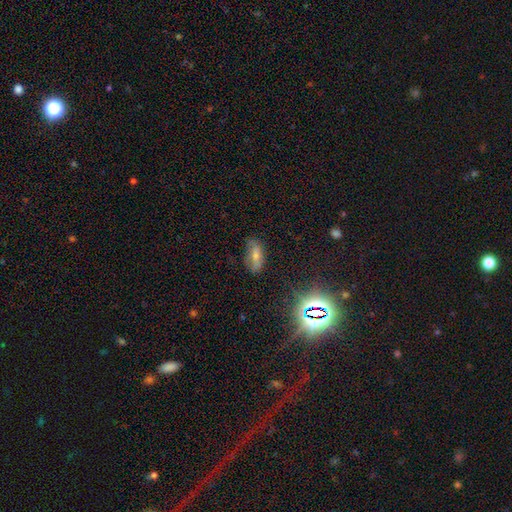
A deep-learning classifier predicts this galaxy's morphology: smooth-or-featured: smooth: 57% | featured or disk: 28% | star or artifact: 15%
  how-rounded: in between: 83% | cigar-shaped: 12% | round: 5%
  merging: none: 61% | minor disturbance: 26% | major disturbance: 10% | merger: 2%